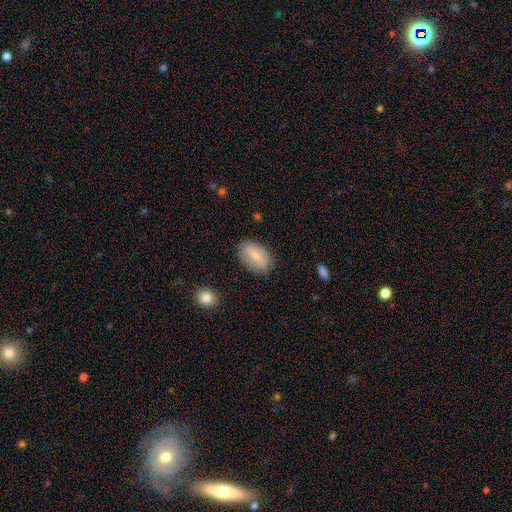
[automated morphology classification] Smooth or featured? Predicted: smooth (p=0.74). How rounded? Predicted: in between (p=0.89). Merging? Predicted: none (p=0.80).